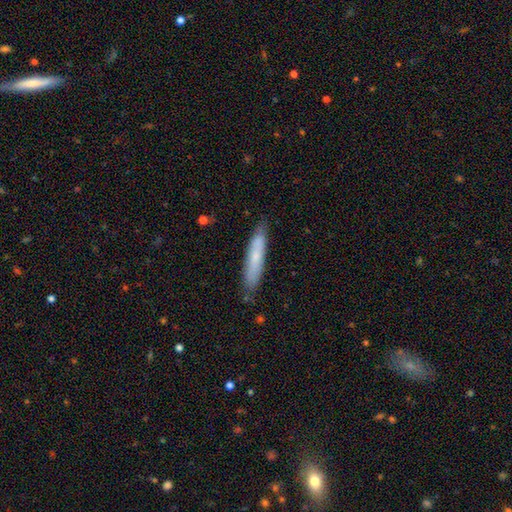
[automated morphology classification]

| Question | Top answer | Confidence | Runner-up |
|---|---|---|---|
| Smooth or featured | smooth | 67% | featured or disk (27%) |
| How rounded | cigar-shaped | 88% | in between (11%) |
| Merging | none | 82% | minor disturbance (14%) |